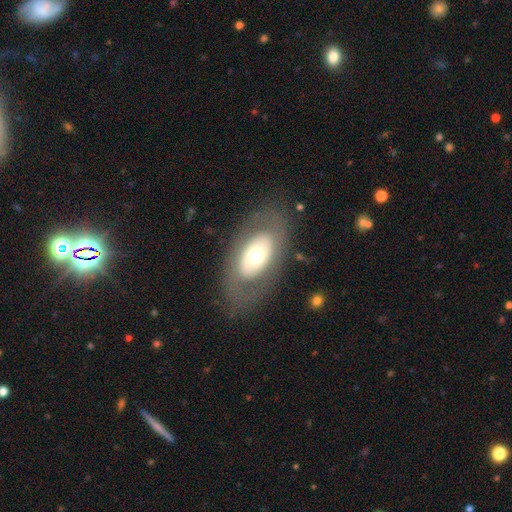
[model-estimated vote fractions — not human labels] Q: Smooth or featured?
A: featured or disk (50%); runner-up: smooth (44%)
Q: Edge-on disk?
A: no (88%); runner-up: yes (12%)
Q: Merging?
A: none (77%); runner-up: minor disturbance (12%)